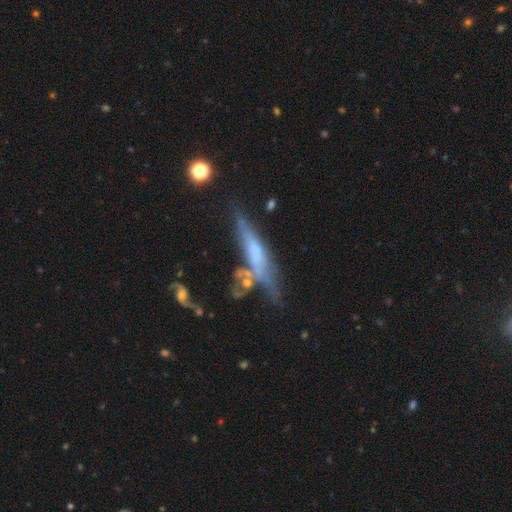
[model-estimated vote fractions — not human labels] smooth-or-featured: featured or disk: 59% | smooth: 30% | star or artifact: 11%
  disk-edge-on: yes: 82% | no: 18%
  merging: none: 48% | minor disturbance: 22% | merger: 17% | major disturbance: 13%